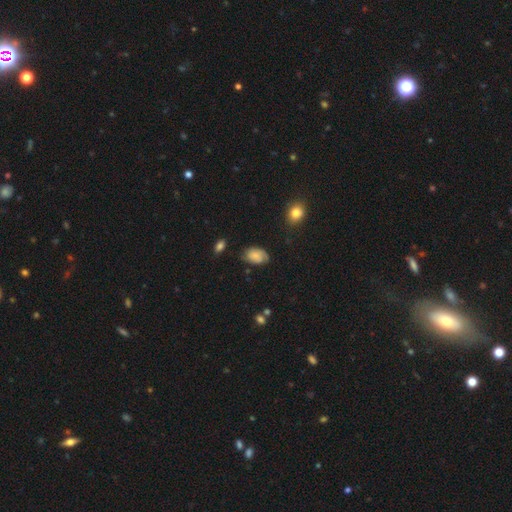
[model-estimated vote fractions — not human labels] The model was most divided on "smooth or featured": smooth: 65%, featured or disk: 25%, star or artifact: 9%. More confident: how rounded — in between (87%); merging — none (67%).